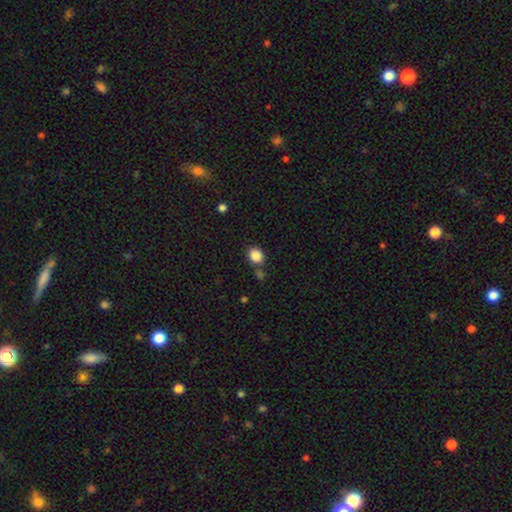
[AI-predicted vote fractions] Overall: smooth (87%). How rounded: round (68%; in between 31%). Merging: none (75%).